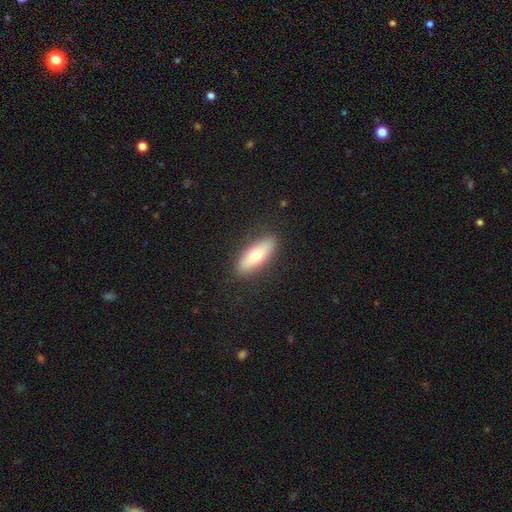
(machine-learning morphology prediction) Smooth or featured: smooth — 66% (featured or disk — 28%)
How rounded: in between — 62% (cigar-shaped — 35%)
Merging: none — 88% (minor disturbance — 9%)